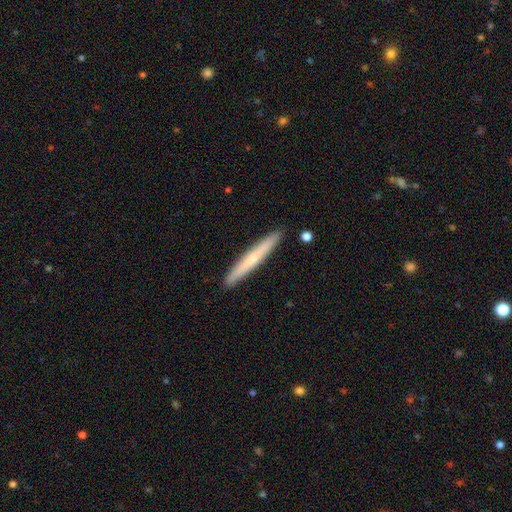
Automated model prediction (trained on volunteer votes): Smooth or featured? Predicted: smooth (p=0.54). How rounded? Predicted: cigar-shaped (p=0.96). Merging? Predicted: none (p=0.92).